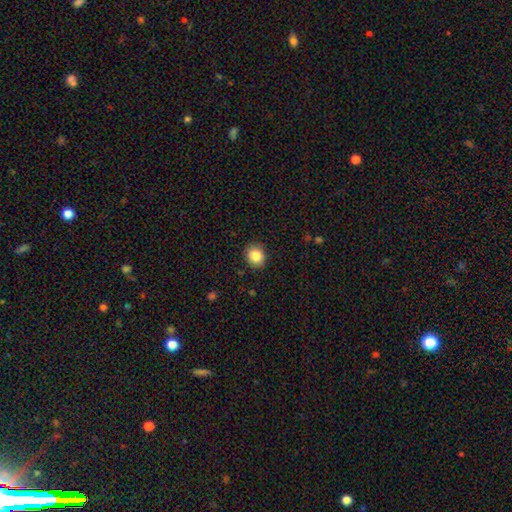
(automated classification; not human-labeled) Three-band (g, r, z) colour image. It shows a smooth galaxy with no disk features (84%) that is round (74%). Merging: none (89%).